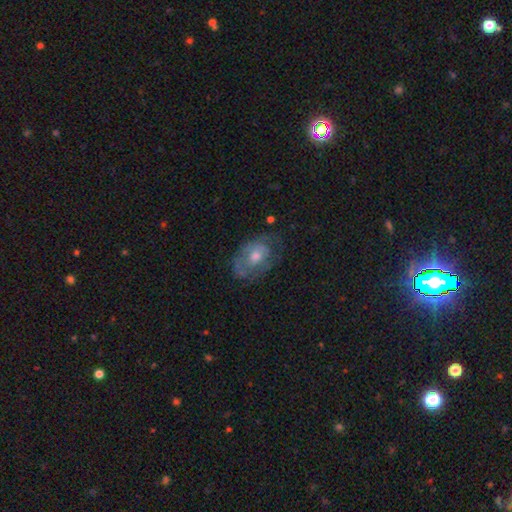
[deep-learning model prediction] smooth_or_featured: featured or disk (p=0.63) [alt: smooth p=0.29]
disk_edge_on: no (p=0.95) [alt: yes p=0.05]
bar: no (p=0.80) [alt: weak p=0.17]
has_spiral_arms: yes (p=0.58) [alt: no p=0.42]
bulge_size: moderate (p=0.65) [alt: small p=0.24]
merging: none (p=0.58) [alt: minor disturbance p=0.25]